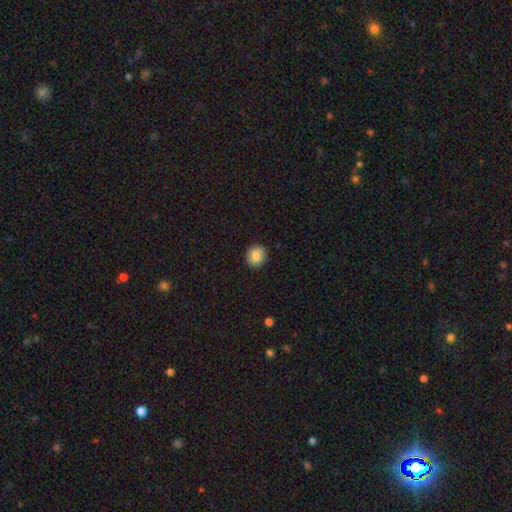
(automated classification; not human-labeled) smooth_or_featured: smooth (p=0.84) [alt: star or artifact p=0.09]
how_rounded: round (p=0.83) [alt: in between p=0.16]
merging: none (p=0.91) [alt: minor disturbance p=0.07]